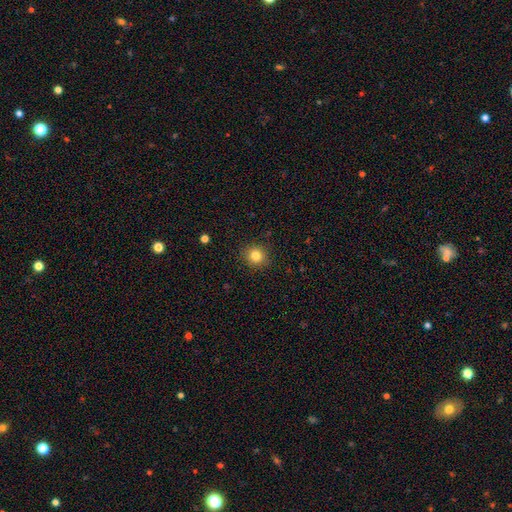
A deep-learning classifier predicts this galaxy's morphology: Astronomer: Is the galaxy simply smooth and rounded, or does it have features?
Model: smooth — 82%.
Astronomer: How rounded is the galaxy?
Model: round — 89%.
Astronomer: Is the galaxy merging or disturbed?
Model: none — 90%.